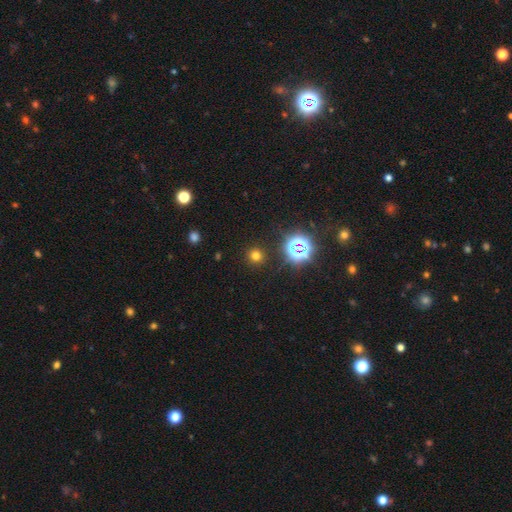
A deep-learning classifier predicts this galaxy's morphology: The model was most divided on "smooth or featured": smooth: 67%, star or artifact: 27%, featured or disk: 6%. More confident: how rounded — round (93%); merging — none (90%).